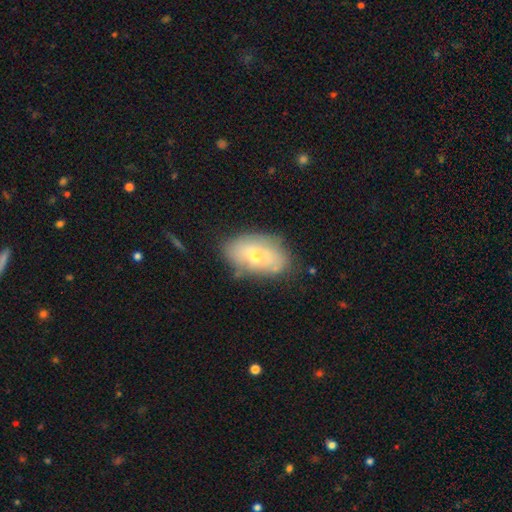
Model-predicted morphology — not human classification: The model was most divided on "smooth or featured": smooth: 57%, featured or disk: 34%, star or artifact: 9%. More confident: how rounded — in between (88%); merging — none (70%).